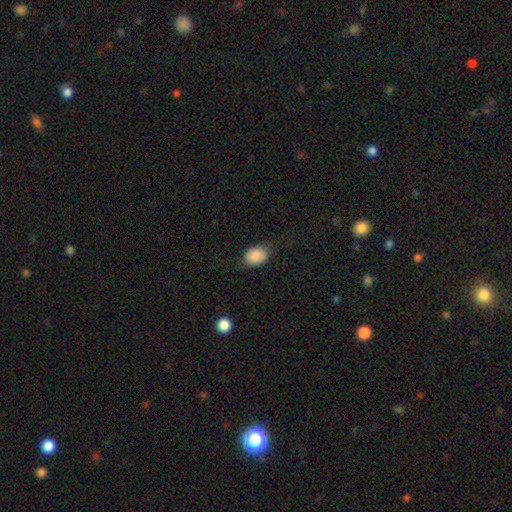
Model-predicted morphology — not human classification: Q: Smooth or featured?
A: smooth (88%); runner-up: star or artifact (7%)
Q: How rounded?
A: in between (75%); runner-up: round (24%)
Q: Merging?
A: none (76%); runner-up: minor disturbance (18%)